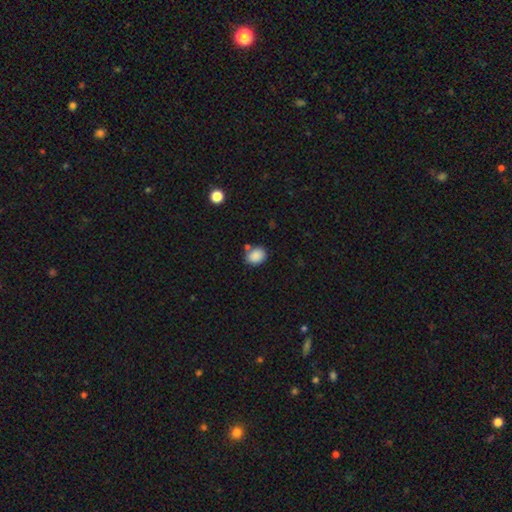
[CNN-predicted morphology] Smooth or featured? smooth (87%)
How rounded? in between (52%)
Merging? none (71%)